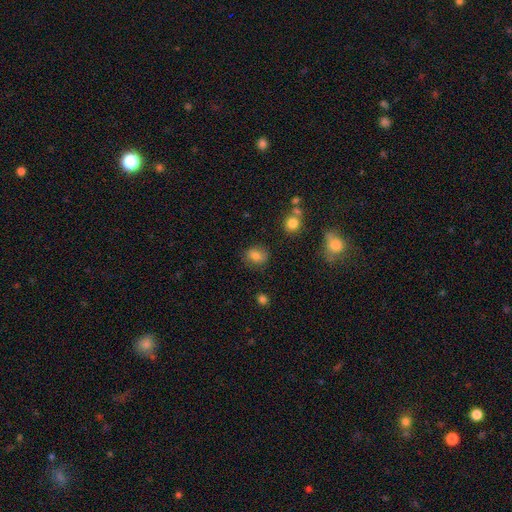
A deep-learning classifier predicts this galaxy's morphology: A smooth galaxy with no disk features (79%) that is round (52%).

Vote fractions:
- Smooth or featured? smooth: 79% / star or artifact: 11% / featured or disk: 10%
- How rounded? round: 52% / in between: 47% / cigar-shaped: 1%
- Merging? none: 79% / minor disturbance: 14% / major disturbance: 4% / merger: 2%